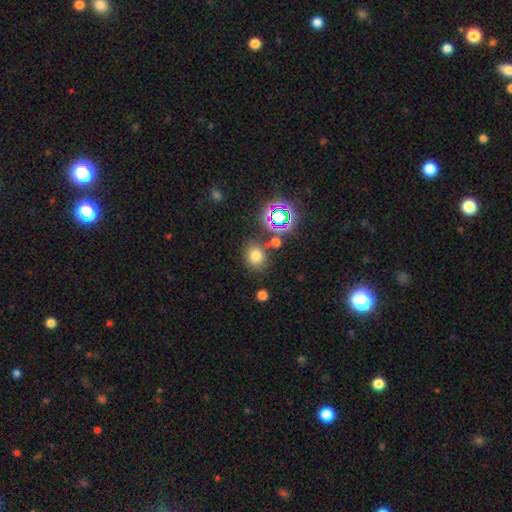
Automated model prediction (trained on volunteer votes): Smooth or featured: smooth — 71% (star or artifact — 21%)
How rounded: round — 72% (in between — 27%)
Merging: none — 75% (minor disturbance — 11%)